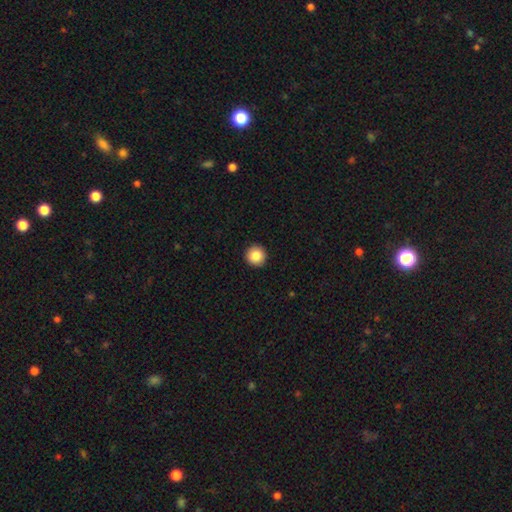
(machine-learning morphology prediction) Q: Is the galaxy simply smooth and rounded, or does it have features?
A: smooth — 86%.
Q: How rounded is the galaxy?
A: round — 96%.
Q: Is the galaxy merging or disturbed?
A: none — 94%.